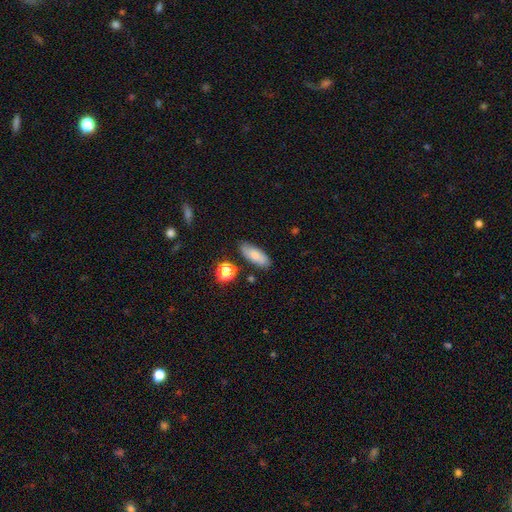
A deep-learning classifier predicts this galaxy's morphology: Smooth or featured?
  - smooth: 79% *
  - featured or disk: 12%
  - star or artifact: 8%
How rounded?
  - in between: 73% *
  - cigar-shaped: 24%
  - round: 3%
Merging?
  - none: 81% *
  - minor disturbance: 13%
  - merger: 3%
  - major disturbance: 3%